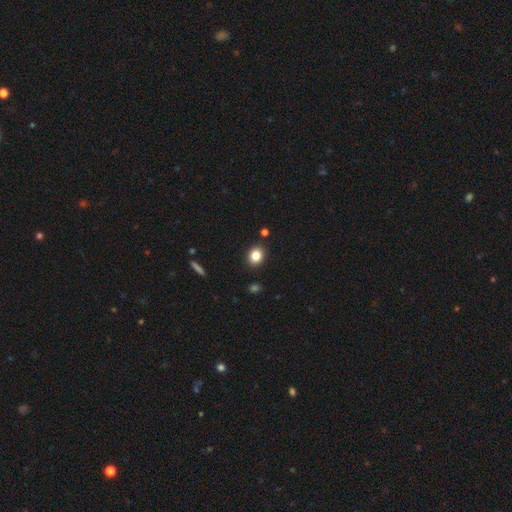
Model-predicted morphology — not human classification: smooth_or_featured: smooth (p=0.83) [alt: star or artifact p=0.10]
how_rounded: round (p=0.57) [alt: in between p=0.41]
merging: none (p=0.89) [alt: minor disturbance p=0.07]